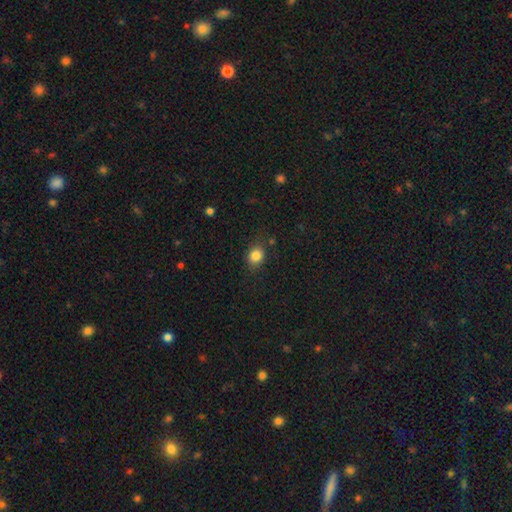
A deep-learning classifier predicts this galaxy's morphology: Q: Smooth or featured?
A: smooth (84%); runner-up: star or artifact (11%)
Q: How rounded?
A: round (59%); runner-up: in between (40%)
Q: Merging?
A: none (80%); runner-up: minor disturbance (14%)